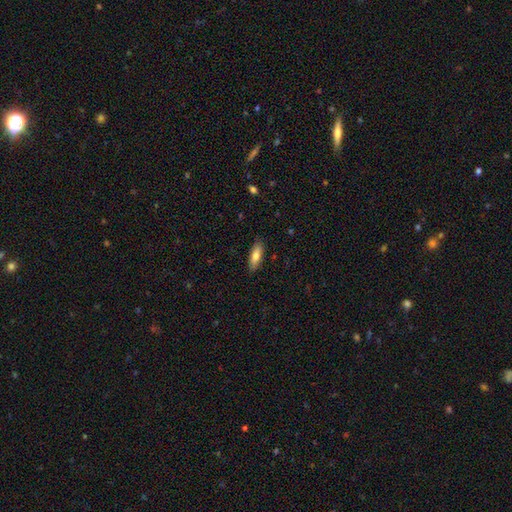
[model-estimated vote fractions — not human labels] Smooth or featured?
  - smooth: 75% *
  - featured or disk: 19%
  - star or artifact: 6%
How rounded?
  - in between: 52% *
  - cigar-shaped: 45%
  - round: 2%
Merging?
  - none: 87% *
  - minor disturbance: 10%
  - major disturbance: 2%
  - merger: 1%